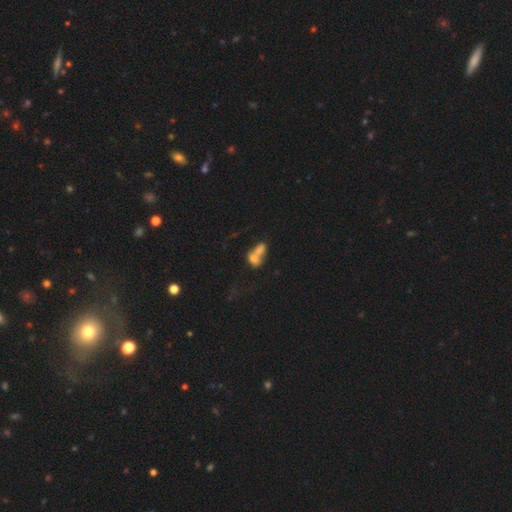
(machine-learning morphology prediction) Smooth or featured? Predicted: smooth (p=0.65). How rounded? Predicted: in between (p=0.63). Merging? Predicted: merger (p=0.73).